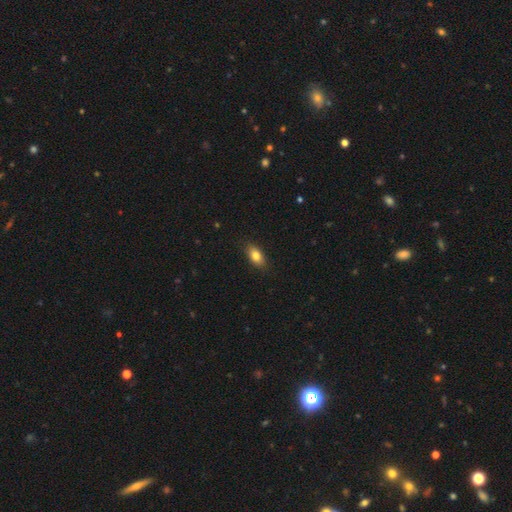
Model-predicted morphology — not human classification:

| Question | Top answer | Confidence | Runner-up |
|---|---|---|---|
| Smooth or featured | smooth | 81% | featured or disk (11%) |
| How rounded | in between | 86% | round (7%) |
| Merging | none | 85% | minor disturbance (11%) |